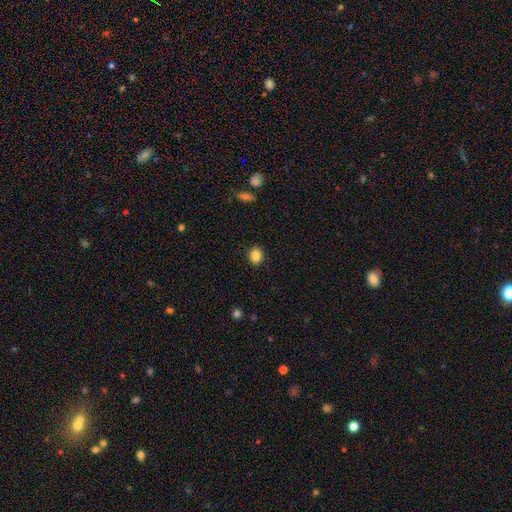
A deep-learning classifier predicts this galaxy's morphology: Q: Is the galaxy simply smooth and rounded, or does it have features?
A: smooth — 86%.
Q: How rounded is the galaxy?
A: round — 63%.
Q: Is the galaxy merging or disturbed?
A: none — 90%.